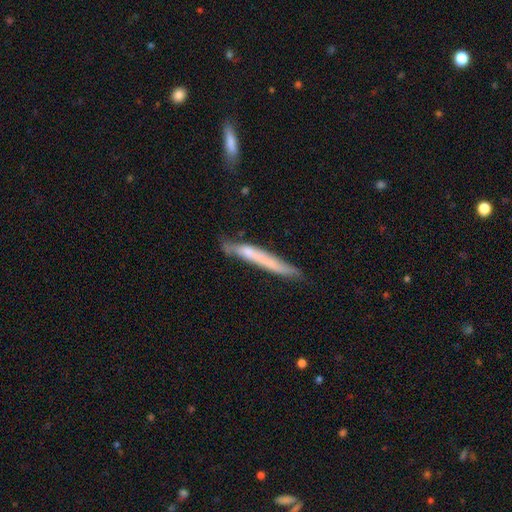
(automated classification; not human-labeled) The model was most divided on "smooth or featured": smooth: 52%, featured or disk: 42%, star or artifact: 7%. More confident: how rounded — cigar-shaped (96%); merging — none (68%).